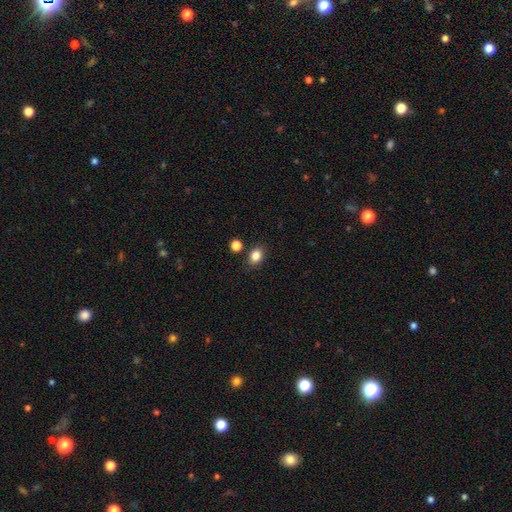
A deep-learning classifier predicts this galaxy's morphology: smooth-or-featured: smooth: 84% | star or artifact: 11% | featured or disk: 5%
  how-rounded: in between: 53% | round: 46% | cigar-shaped: 1%
  merging: none: 81% | minor disturbance: 11% | merger: 6% | major disturbance: 3%